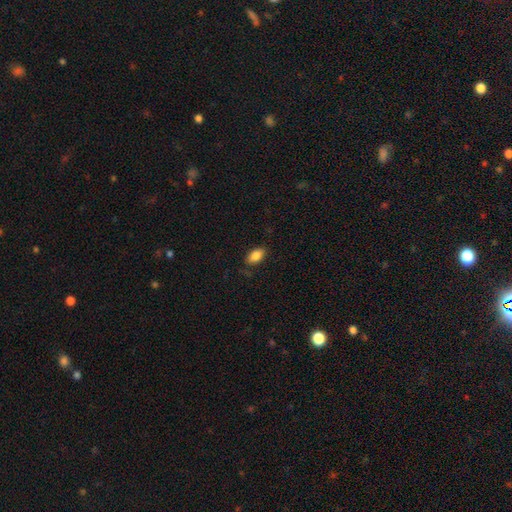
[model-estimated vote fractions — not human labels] A smooth galaxy with no disk features (86%) that is in between round and cigar-shaped (91%). Merging: none (82%).